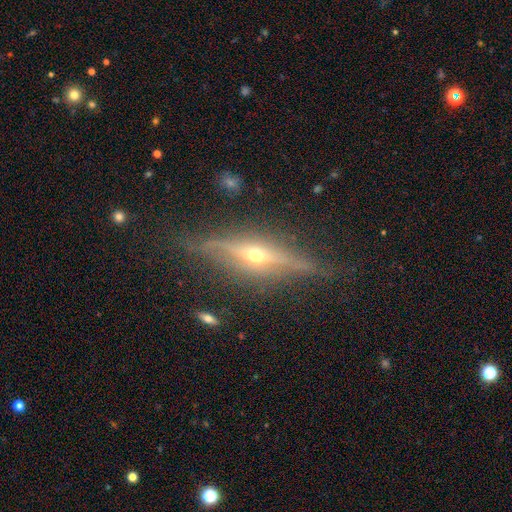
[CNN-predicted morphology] type=featured or disk (83%); edge-on=yes (95%); edge-on bulge=rounded (93%); merging=none (82%).